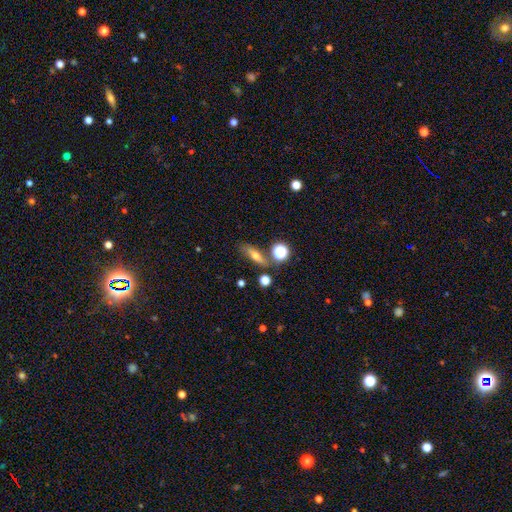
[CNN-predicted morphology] Overall: smooth (55%; featured or disk 32%). How rounded: in between (45%; cigar-shaped 43%). Merging: none (72%).